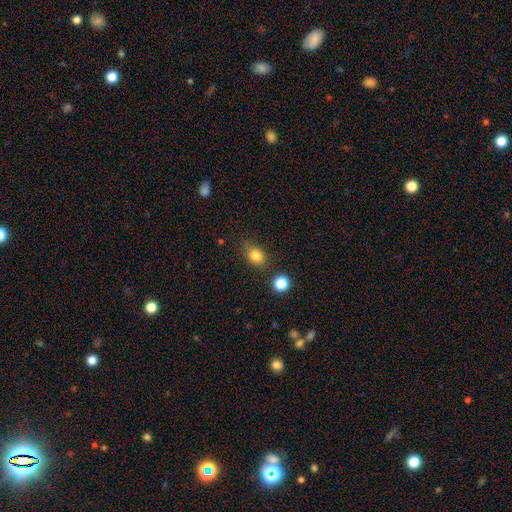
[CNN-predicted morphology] Q: Smooth or featured?
A: smooth (81%); runner-up: star or artifact (12%)
Q: How rounded?
A: round (50%); runner-up: in between (48%)
Q: Merging?
A: none (73%); runner-up: minor disturbance (18%)